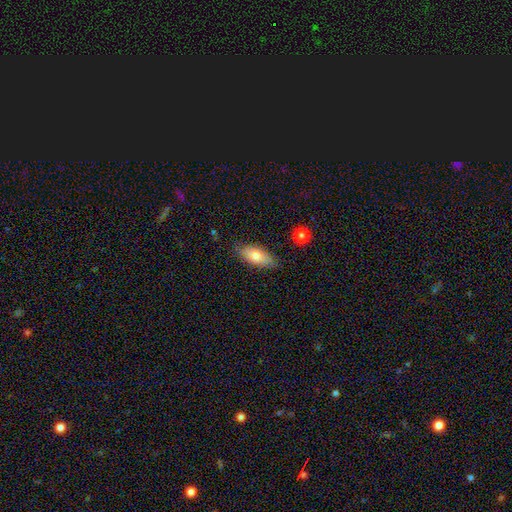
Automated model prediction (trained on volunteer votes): Smooth or featured?
  - smooth: 74% *
  - featured or disk: 20%
  - star or artifact: 7%
How rounded?
  - in between: 85% *
  - cigar-shaped: 12%
  - round: 3%
Merging?
  - none: 77% *
  - minor disturbance: 18%
  - major disturbance: 3%
  - merger: 2%